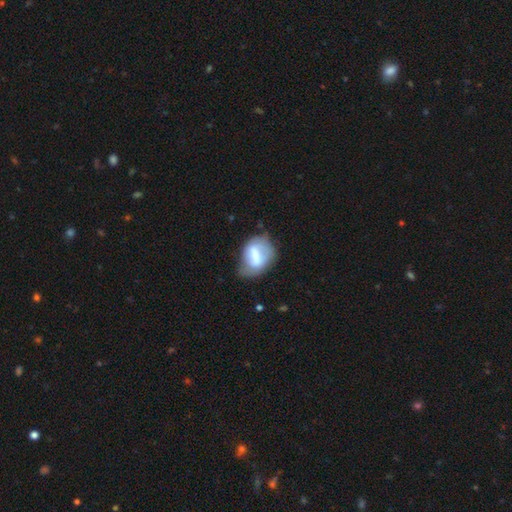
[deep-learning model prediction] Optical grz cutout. It shows a smooth galaxy with no disk features (52%) that is in between round and cigar-shaped (70%). Merging: none (48%).